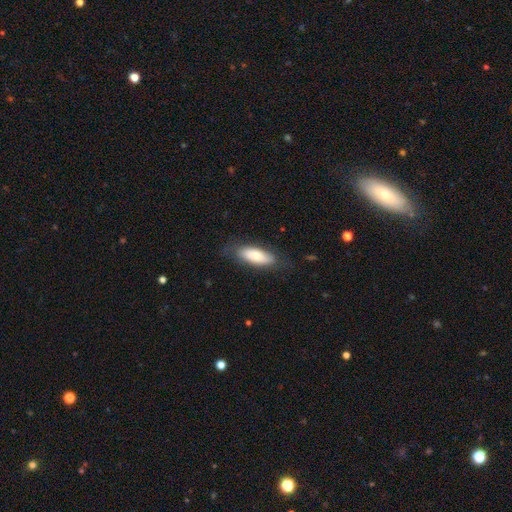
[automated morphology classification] The model was most divided on "how rounded": in between: 71%, cigar-shaped: 27%, round: 2%. More confident: merging — none (76%); smooth or featured — smooth (70%).